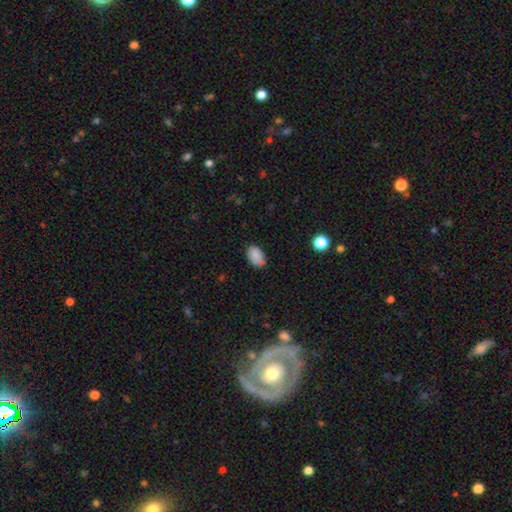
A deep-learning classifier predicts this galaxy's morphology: A smooth galaxy with no disk features (86%) that is in between round and cigar-shaped (89%). Merging: none (77%).